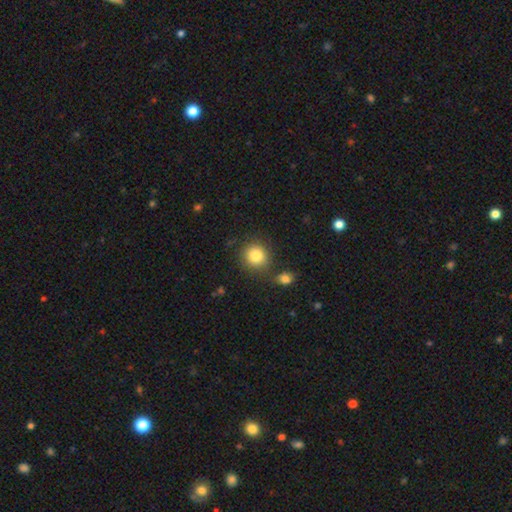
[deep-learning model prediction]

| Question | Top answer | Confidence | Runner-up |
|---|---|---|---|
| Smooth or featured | smooth | 84% | star or artifact (10%) |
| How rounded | round | 89% | in between (10%) |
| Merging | none | 76% | merger (11%) |